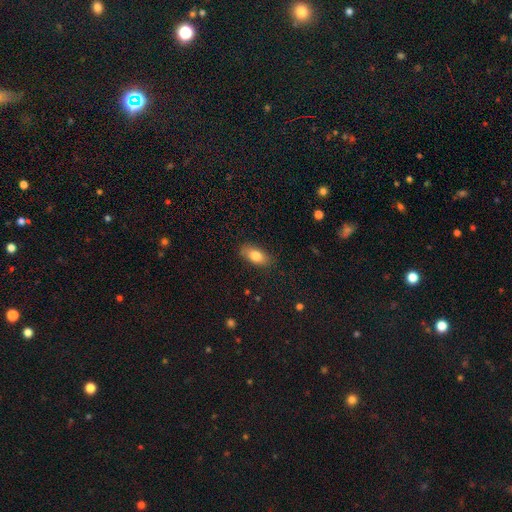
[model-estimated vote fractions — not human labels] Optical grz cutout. It shows a smooth galaxy with no disk features (80%) that is in between round and cigar-shaped (87%). Merging: none (84%).